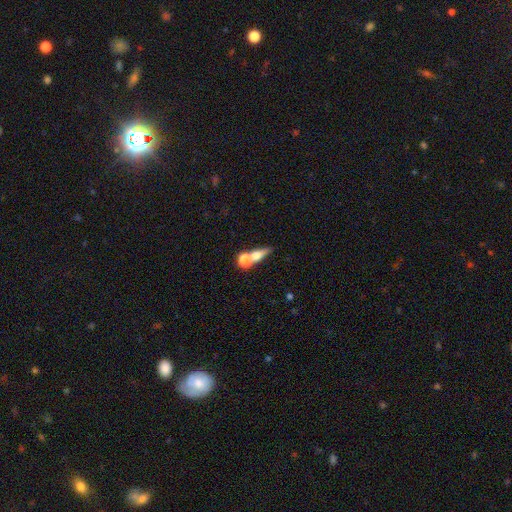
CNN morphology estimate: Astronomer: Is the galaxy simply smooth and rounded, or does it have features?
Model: smooth — 60%.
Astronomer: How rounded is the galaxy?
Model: in between — 37% (runner-up: round, 34%).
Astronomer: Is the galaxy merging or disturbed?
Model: merger — 49% (runner-up: none, 35%).